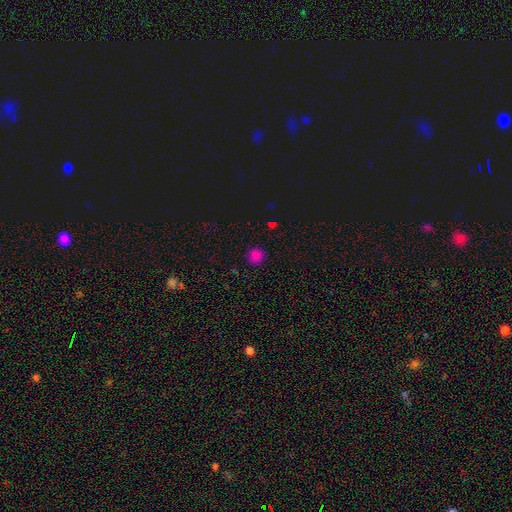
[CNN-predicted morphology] The model was most divided on "smooth or featured": smooth: 80%, star or artifact: 17%, featured or disk: 3%. More confident: how rounded — round (91%); merging — none (90%).